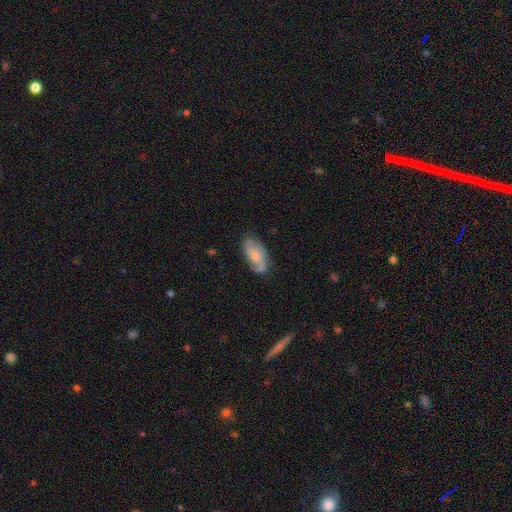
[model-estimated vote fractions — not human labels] The model was most divided on "bulge size": small: 45%, moderate: 35%, none: 14%, large: 5%, dominant: 1%. More confident: edge-on disk — no (94%); spiral arms — yes (86%); bar — no (66%); merging — none (64%); smooth or featured — featured or disk (53%).